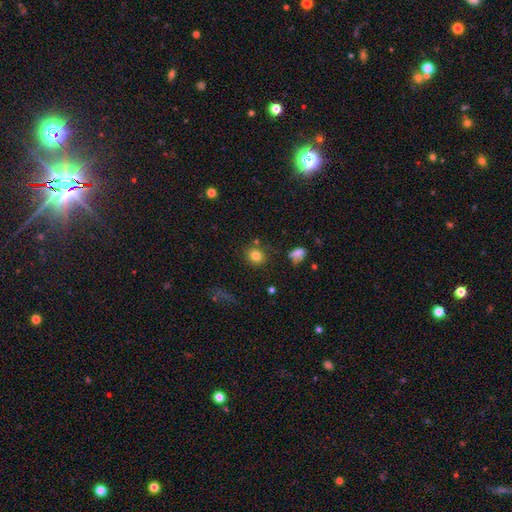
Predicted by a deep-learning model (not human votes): Smooth or featured: smooth — 80% (star or artifact — 12%)
How rounded: round — 73% (in between — 26%)
Merging: none — 80% (minor disturbance — 12%)